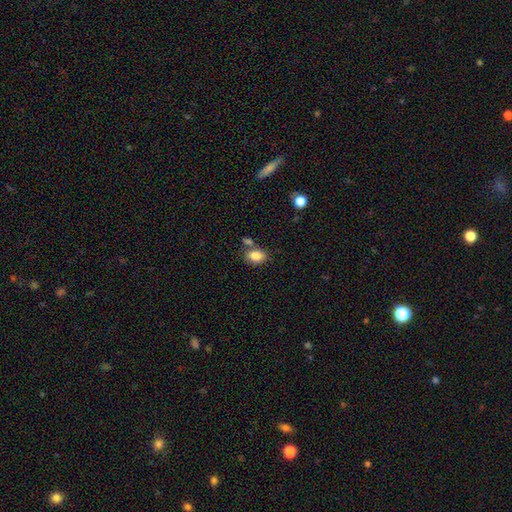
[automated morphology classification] Smooth or featured? smooth (84%)
How rounded? in between (78%)
Merging? none (61%)